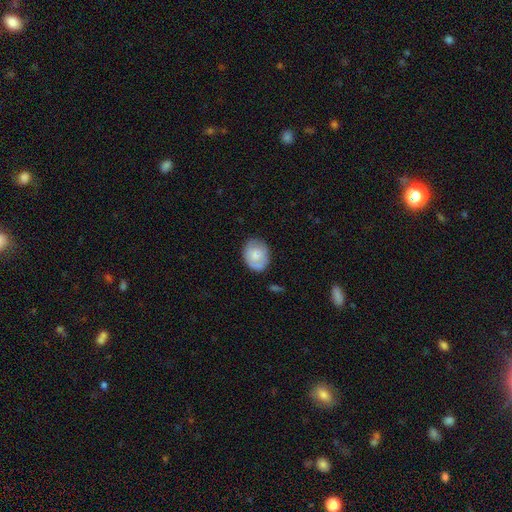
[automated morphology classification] Smooth or featured? smooth (70%)
How rounded? in between (55%)
Merging? none (71%)